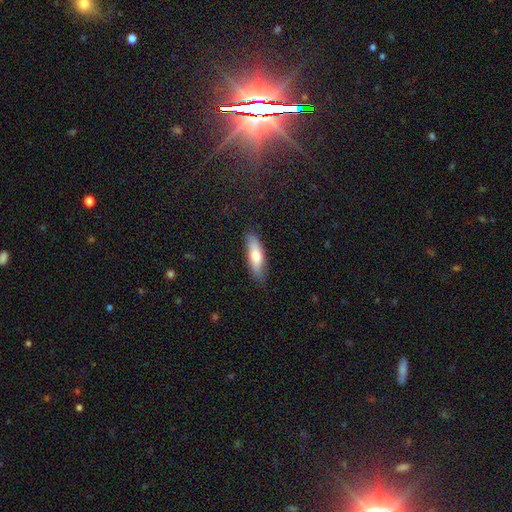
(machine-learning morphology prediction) type=smooth (70%); roundness=cigar-shaped (58%); merging=none (81%).